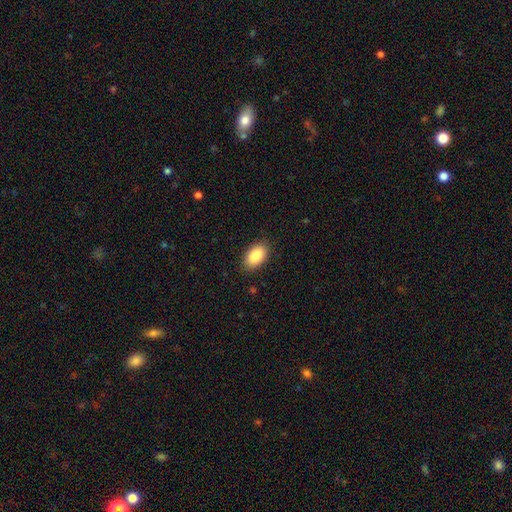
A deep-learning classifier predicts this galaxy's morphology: Overall: smooth (88%). How rounded: in between (94%). Merging: none (87%).